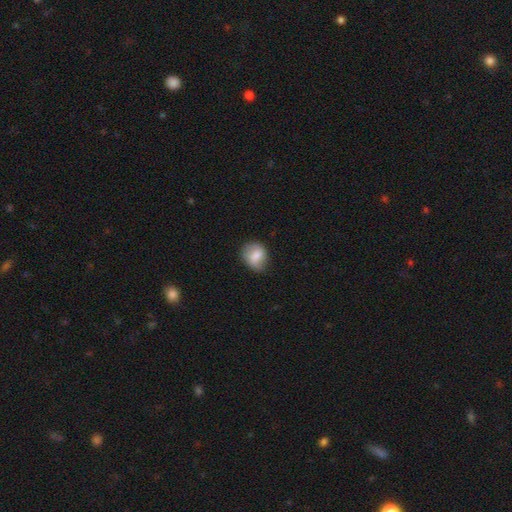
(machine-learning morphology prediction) Smooth or featured? Predicted: smooth (p=0.76). How rounded? Predicted: round (p=0.58). Merging? Predicted: none (p=0.66).